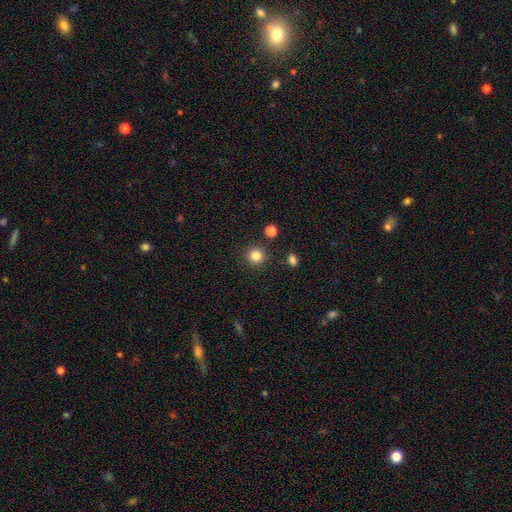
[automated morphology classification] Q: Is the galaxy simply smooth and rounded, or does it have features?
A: smooth — 83%.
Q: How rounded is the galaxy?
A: round — 93%.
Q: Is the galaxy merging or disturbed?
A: none — 89%.